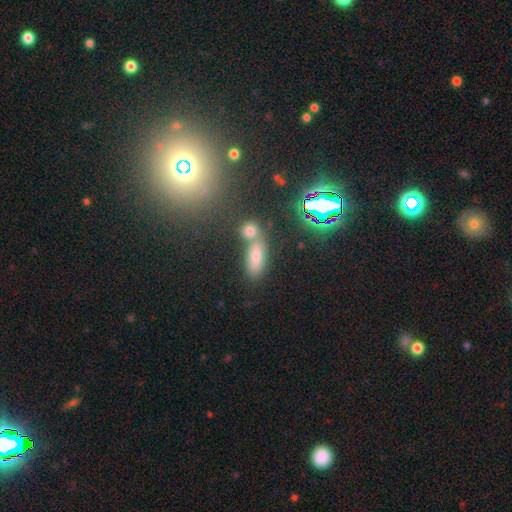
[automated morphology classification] smooth-or-featured: smooth: 44% | star or artifact: 38% | featured or disk: 18%
  merging: none: 68% | merger: 14% | minor disturbance: 12% | major disturbance: 6%